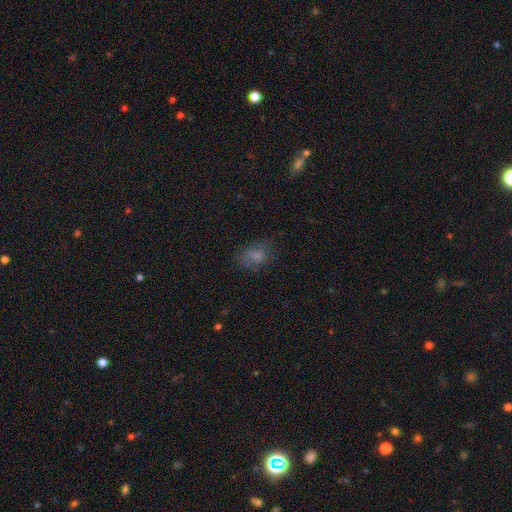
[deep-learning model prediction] Q: Smooth or featured?
A: smooth (66%); runner-up: star or artifact (17%)
Q: How rounded?
A: in between (70%); runner-up: round (28%)
Q: Merging?
A: none (53%); runner-up: minor disturbance (24%)